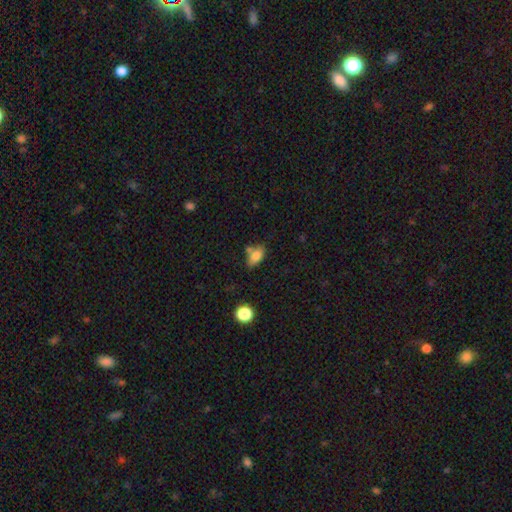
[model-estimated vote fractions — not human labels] Smooth or featured: smooth — 78% (featured or disk — 13%)
How rounded: in between — 86% (round — 8%)
Merging: none — 56% (merger — 19%)